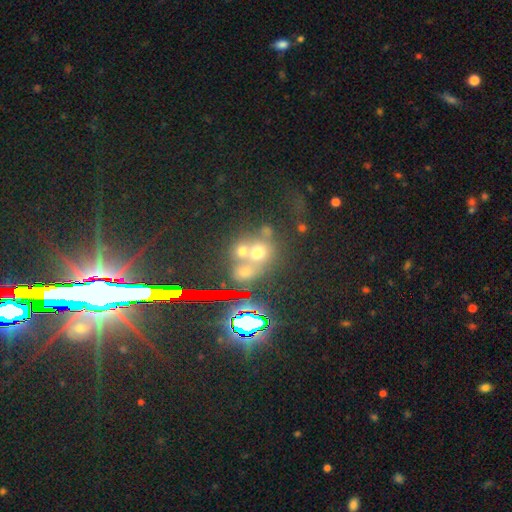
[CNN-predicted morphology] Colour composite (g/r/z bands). It shows a smooth galaxy with no disk features (46%). Merging: merger (50%).